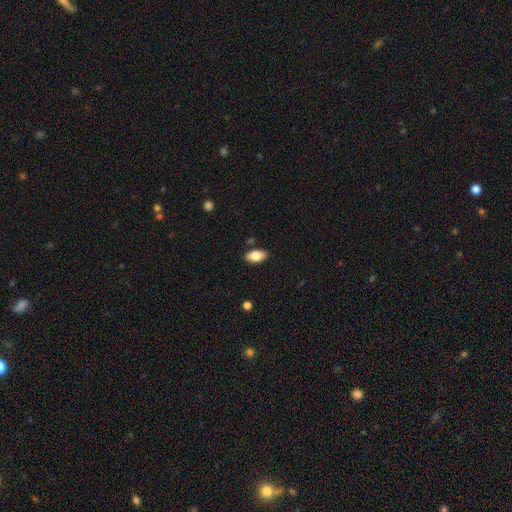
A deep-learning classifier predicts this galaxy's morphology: A smooth galaxy with no disk features (83%) that is in between round and cigar-shaped (92%). Merging: none (87%).